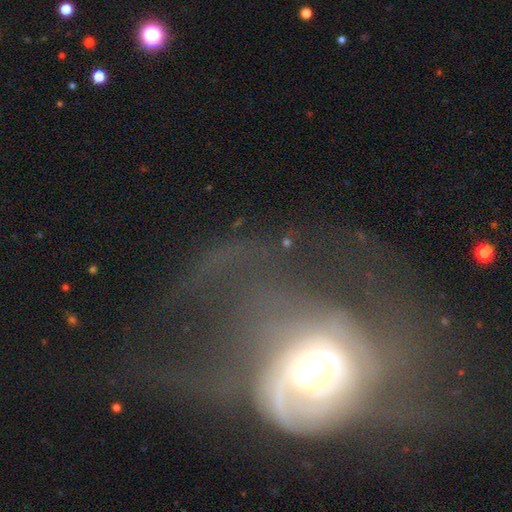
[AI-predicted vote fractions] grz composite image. It shows a featured or disk galaxy (70%) with no bar (73%), spiral arms (62%) and a moderate central bulge (63%). Merging: major disturbance (56%).